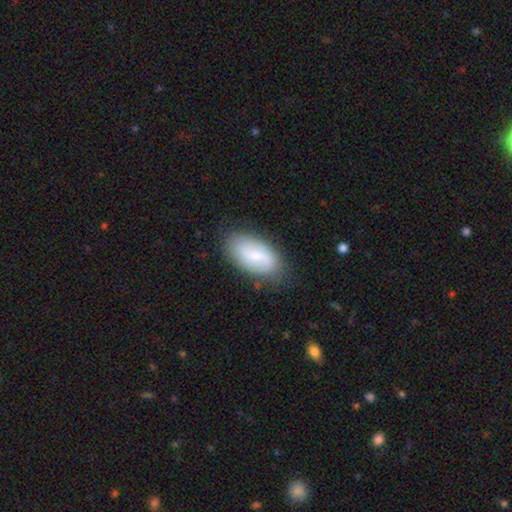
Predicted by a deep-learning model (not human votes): Smooth or featured: smooth — 48% (featured or disk — 45%)
Merging: none — 80% (minor disturbance — 15%)